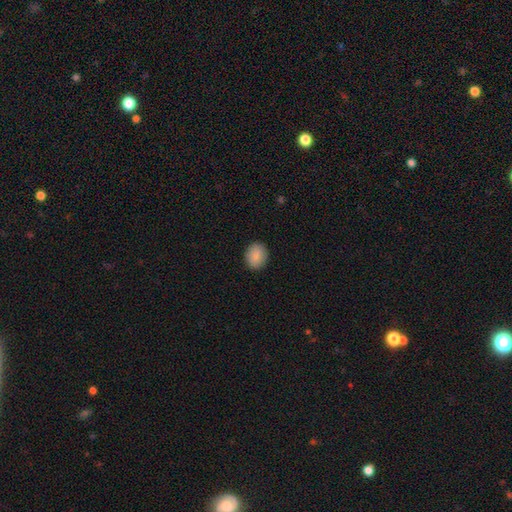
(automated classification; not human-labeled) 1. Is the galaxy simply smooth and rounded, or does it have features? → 88% smooth, 7% star or artifact, 5% featured or disk.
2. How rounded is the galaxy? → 53% round, 46% in between, 1% cigar-shaped.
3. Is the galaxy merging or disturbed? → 90% none, 7% minor disturbance, 2% major disturbance, 1% merger.